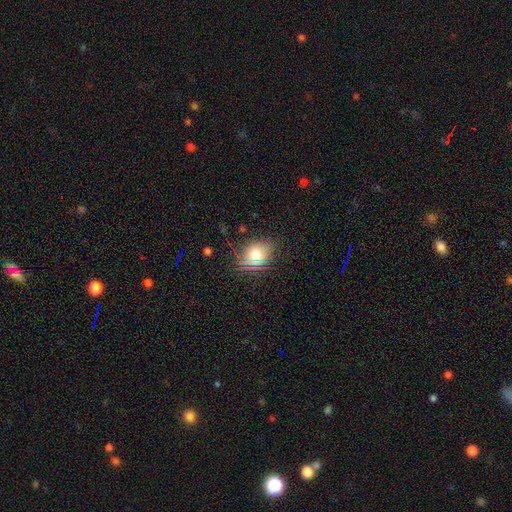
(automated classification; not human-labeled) A smooth galaxy with no disk features (67%) that is round (59%). Merging: none (79%).